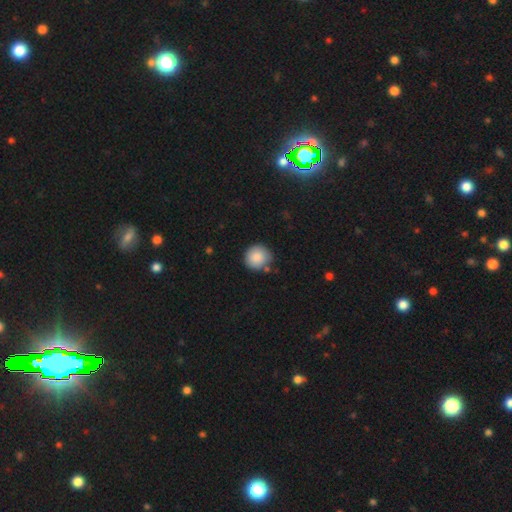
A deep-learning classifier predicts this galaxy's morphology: This appears to be a smooth galaxy with no disk features (88%) that is round (93%). Merging: none (80%).